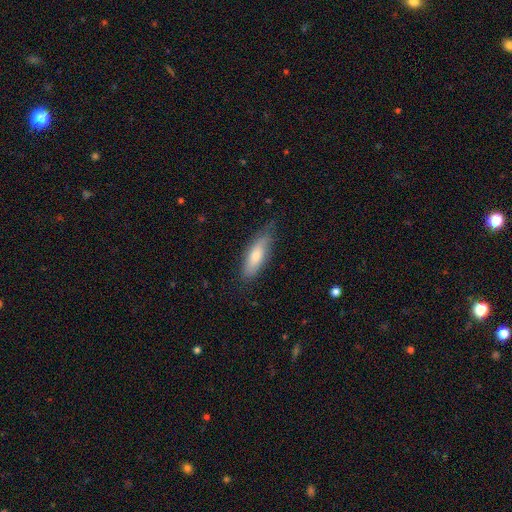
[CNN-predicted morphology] A smooth galaxy with no disk features (69%) that is in between round and cigar-shaped (58%). Merging: none (69%).